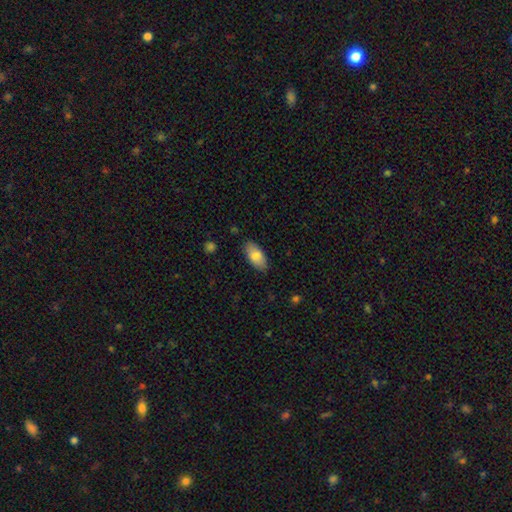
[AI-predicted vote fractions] Q: Smooth or featured?
A: smooth (81%); runner-up: featured or disk (13%)
Q: How rounded?
A: in between (92%); runner-up: cigar-shaped (5%)
Q: Merging?
A: none (85%); runner-up: minor disturbance (12%)